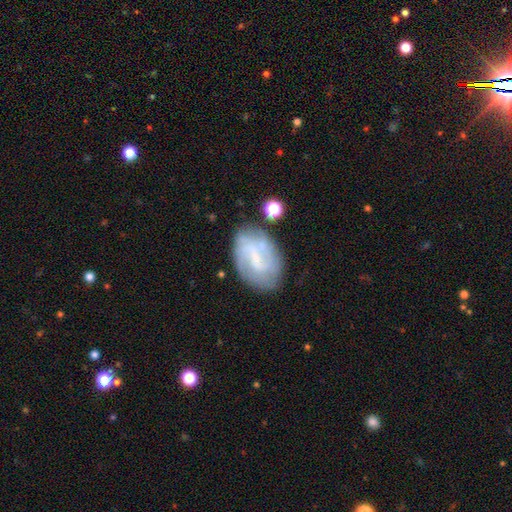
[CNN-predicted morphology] Overall: featured or disk (58%; smooth 33%). Edge-on disk: no (96%). Bar: weak (46%; no 35%). Spiral arms: yes (66%; no 34%). Bulge size: none (42%; small 38%). Merging: none (60%; minor disturbance 23%).